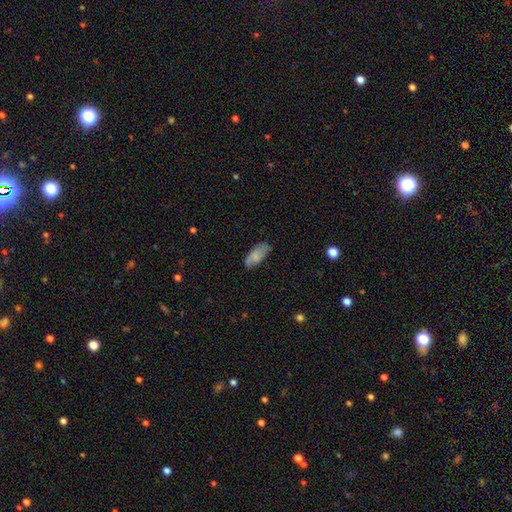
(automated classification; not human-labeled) Smooth or featured? smooth (75%)
How rounded? in between (89%)
Merging? none (73%)